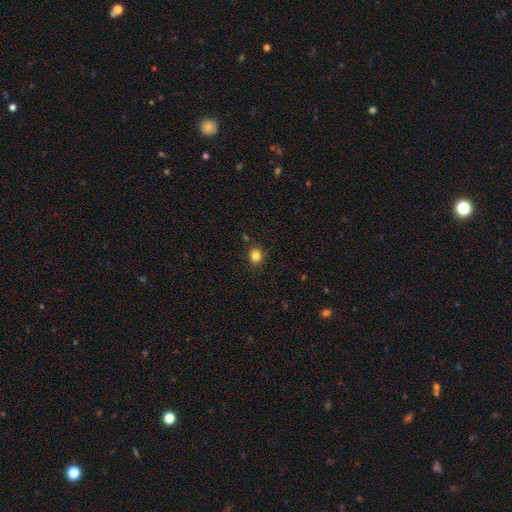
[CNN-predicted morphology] smooth 83%, star or artifact 12%, featured or disk 4%. Down the decision tree: how rounded — round (79%); merging — none (88%).